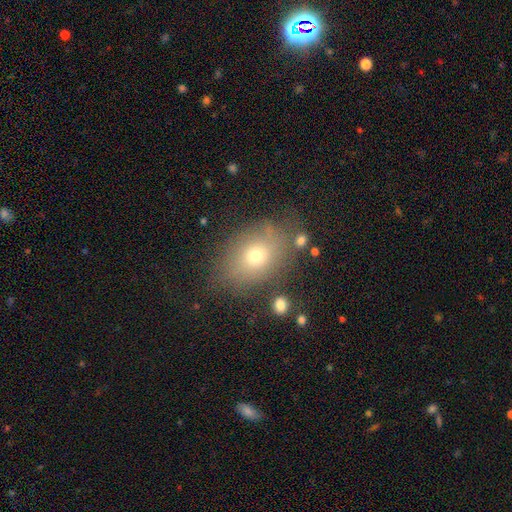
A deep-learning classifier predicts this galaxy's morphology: Overall: smooth (67%). How rounded: in between (66%; round 32%). Merging: none (72%).